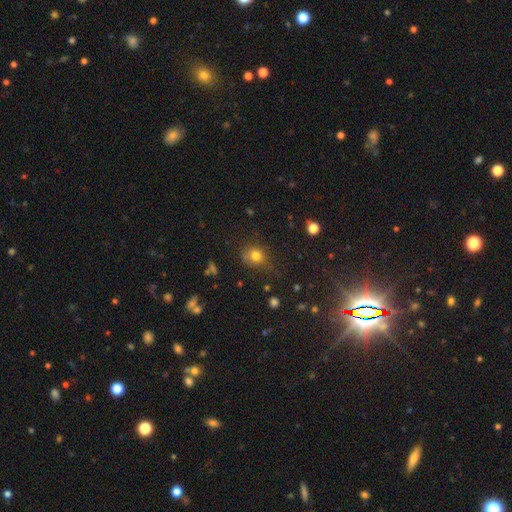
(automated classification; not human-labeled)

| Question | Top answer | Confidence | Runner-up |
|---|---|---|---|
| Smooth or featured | smooth | 77% | star or artifact (15%) |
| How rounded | round | 75% | in between (24%) |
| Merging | none | 69% | minor disturbance (21%) |